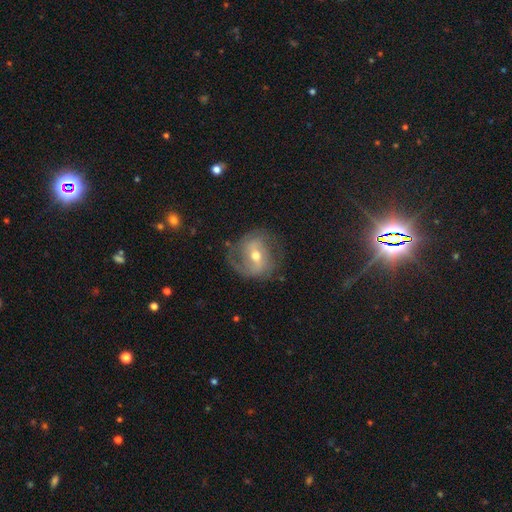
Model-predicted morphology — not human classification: smooth_or_featured: featured or disk (p=0.80) [alt: smooth p=0.13]
disk_edge_on: no (p=0.96) [alt: yes p=0.04]
bar: weak (p=0.46) [alt: strong p=0.33]
has_spiral_arms: yes (p=0.91) [alt: no p=0.09]
spiral_winding: medium (p=0.45) [alt: tight p=0.29]
spiral_arm_count: 2 (p=0.70) [alt: can't tell p=0.13]
bulge_size: moderate (p=0.63) [alt: small p=0.33]
merging: none (p=0.68) [alt: minor disturbance p=0.19]